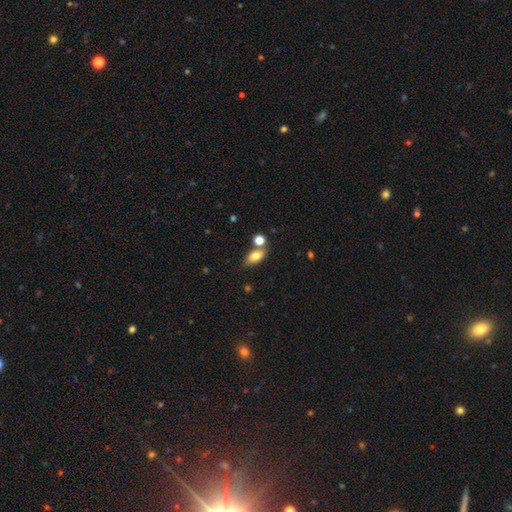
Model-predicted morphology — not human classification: Overall: smooth (79%). How rounded: in between (85%). Merging: none (62%).